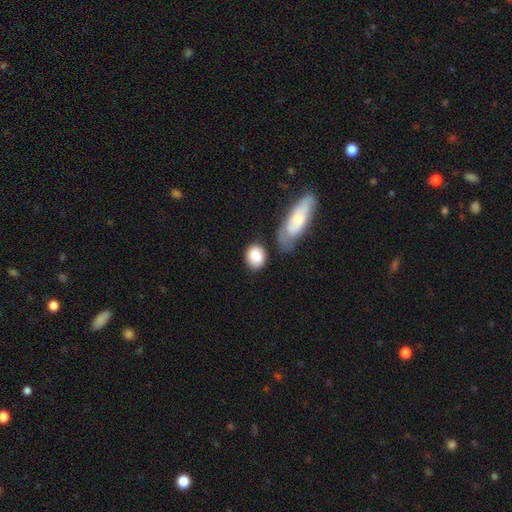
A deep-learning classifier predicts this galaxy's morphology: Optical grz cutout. It shows a smooth galaxy with no disk features (84%) that is in between round and cigar-shaped (53%). Merging: none (58%).